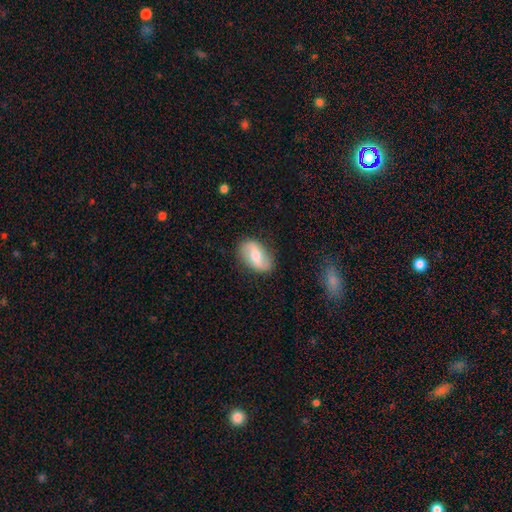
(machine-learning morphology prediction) The model was most divided on "bar": weak: 45%, no: 36%, strong: 19%. More confident: edge-on disk — no (96%); spiral arm count — 2 (91%); spiral arms — yes (88%); merging — none (83%); spiral winding — loose (68%); bulge size — moderate (65%); smooth or featured — featured or disk (62%).